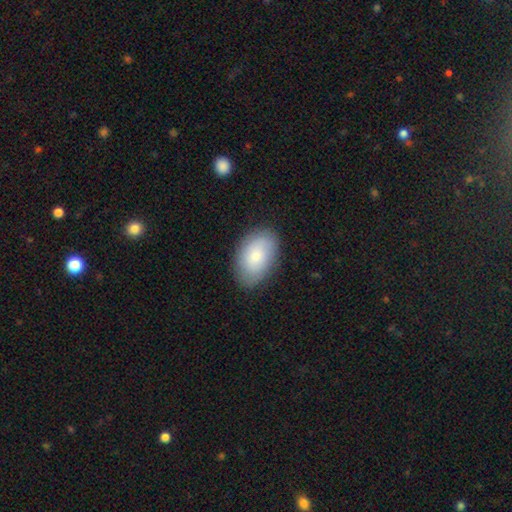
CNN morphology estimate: Smooth or featured: smooth — 78% (featured or disk — 16%)
How rounded: in between — 91% (round — 8%)
Merging: none — 84% (minor disturbance — 12%)